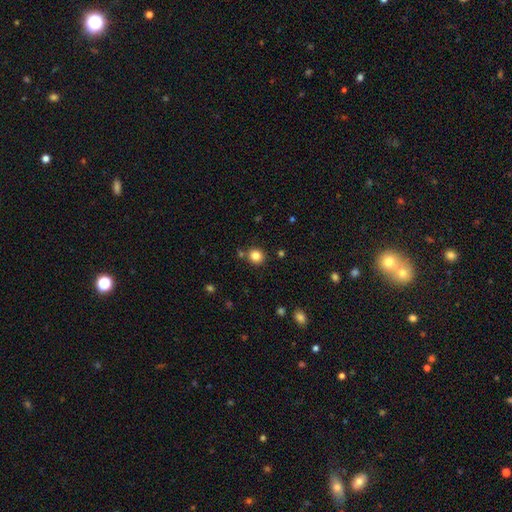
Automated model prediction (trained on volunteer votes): Smooth or featured: smooth — 83% (star or artifact — 12%)
How rounded: round — 89% (in between — 10%)
Merging: none — 82% (minor disturbance — 8%)